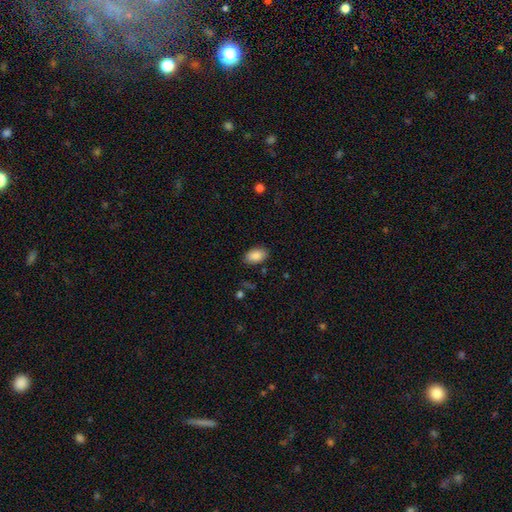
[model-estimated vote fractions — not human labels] This appears to be a smooth galaxy with no disk features (88%) that is in between round and cigar-shaped (93%). Merging: none (86%).